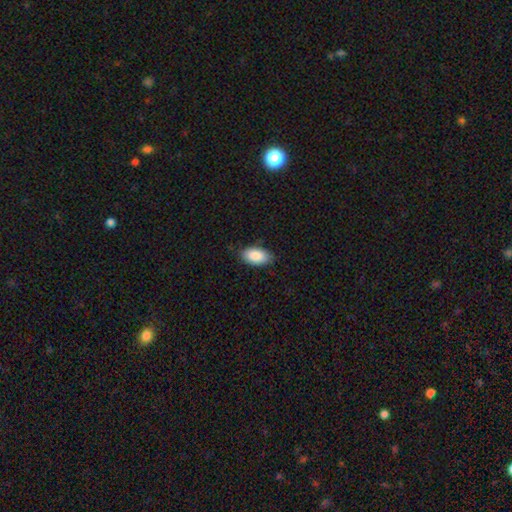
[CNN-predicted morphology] Smooth or featured? smooth (88%)
How rounded? in between (94%)
Merging? none (83%)